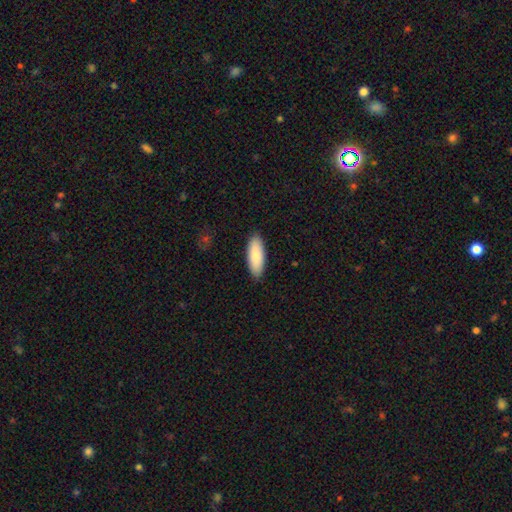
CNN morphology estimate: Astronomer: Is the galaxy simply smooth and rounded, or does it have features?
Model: smooth — 87%.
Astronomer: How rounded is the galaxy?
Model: in between — 71%.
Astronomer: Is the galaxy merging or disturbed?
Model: none — 89%.